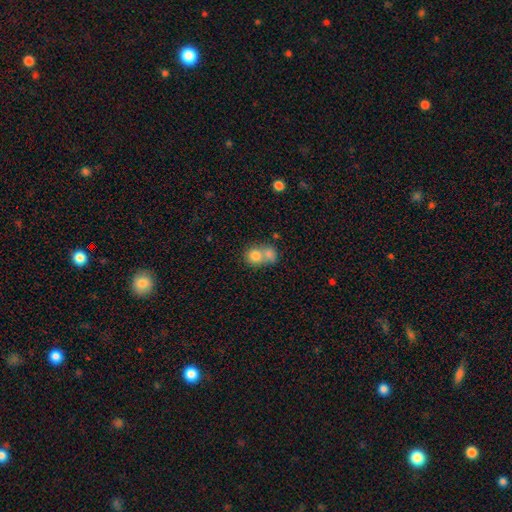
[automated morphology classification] Overall: smooth (78%). How rounded: round (75%). Merging: merger (64%; none 28%).